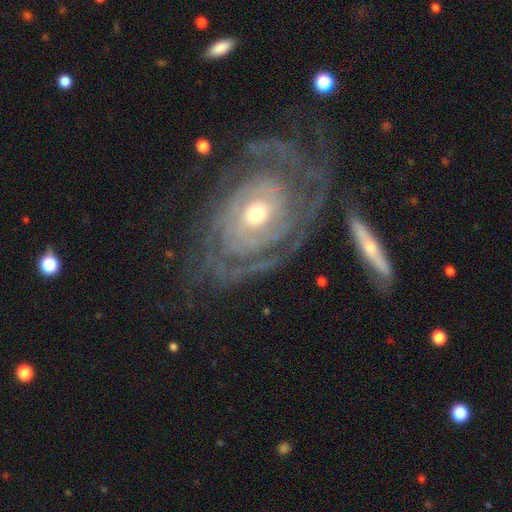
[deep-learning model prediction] Q: Smooth or featured?
A: featured or disk (88%); runner-up: smooth (6%)
Q: Edge-on disk?
A: no (95%); runner-up: yes (5%)
Q: Bar?
A: no (71%); runner-up: weak (20%)
Q: Spiral arms?
A: yes (93%); runner-up: no (7%)
Q: Spiral winding?
A: tight (77%); runner-up: medium (18%)
Q: Spiral arm count?
A: can't tell (37%); runner-up: 2 (20%)
Q: Bulge size?
A: moderate (54%); runner-up: small (40%)
Q: Merging?
A: none (58%); runner-up: minor disturbance (19%)